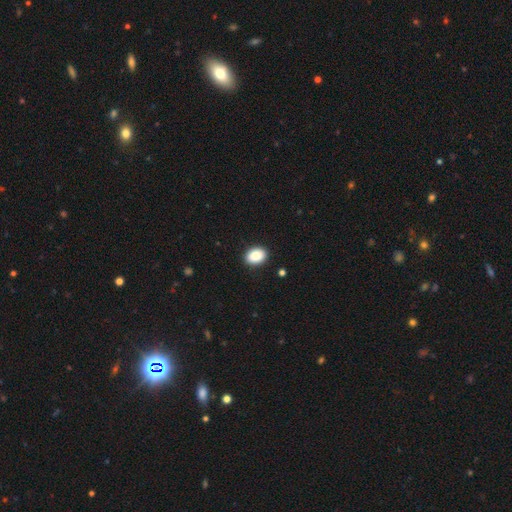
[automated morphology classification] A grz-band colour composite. It shows a smooth galaxy with no disk features (87%) that is in between round and cigar-shaped (75%). Merging: none (90%).